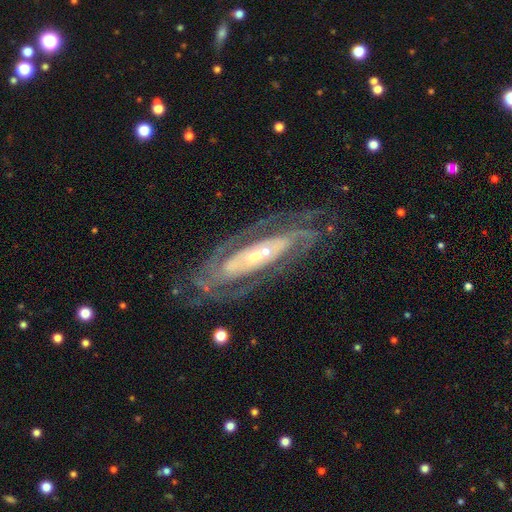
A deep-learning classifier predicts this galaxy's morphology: type=featured or disk (87%); edge-on=no (88%); bar=no (59%); spiral arms=yes (93%); winding=tight (68%); arm count=2 (35%); bulge=small (70%); merging=none (74%).